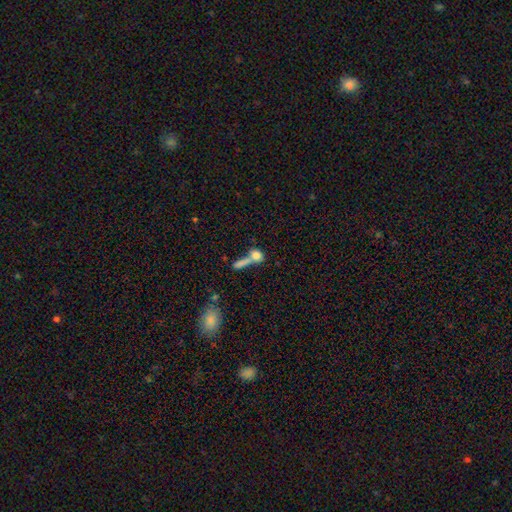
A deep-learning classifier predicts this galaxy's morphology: This is likely a smooth galaxy (76%). How rounded: possibly in between (47%). Merging: possibly merger (51%).